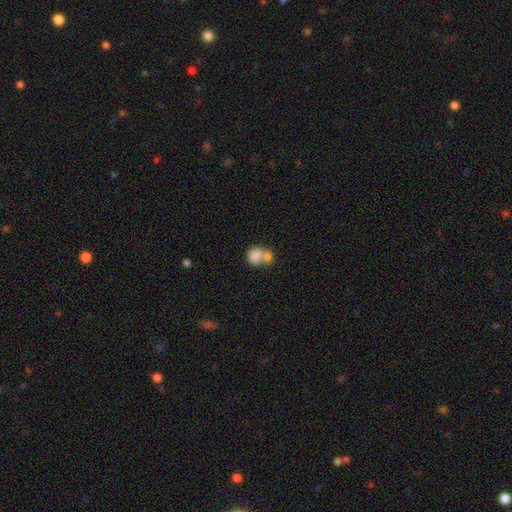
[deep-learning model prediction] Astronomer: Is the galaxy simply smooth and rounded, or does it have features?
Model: smooth — 81%.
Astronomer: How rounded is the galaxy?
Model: round — 67%.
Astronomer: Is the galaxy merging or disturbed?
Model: merger — 62%.